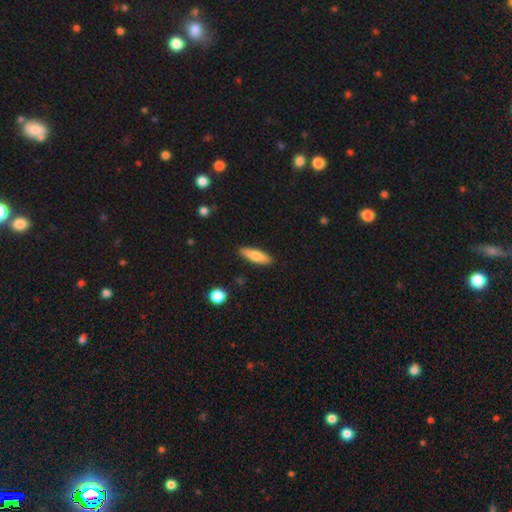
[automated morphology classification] This appears to be a smooth galaxy with no disk features (70%) that is cigar-shaped (61%). Merging: none (88%).